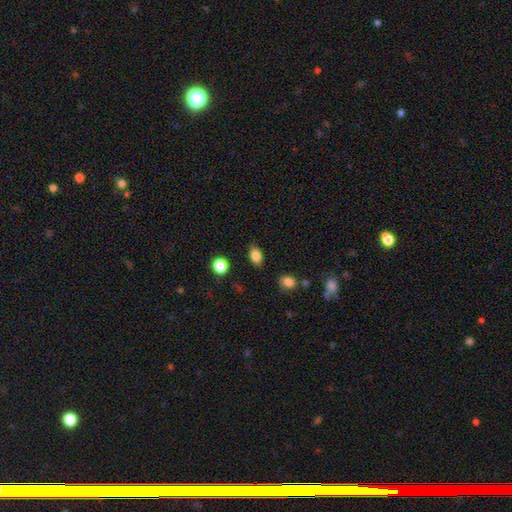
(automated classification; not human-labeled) Morphology: type=smooth (84%); roundness=in between (83%); merging=none (85%).